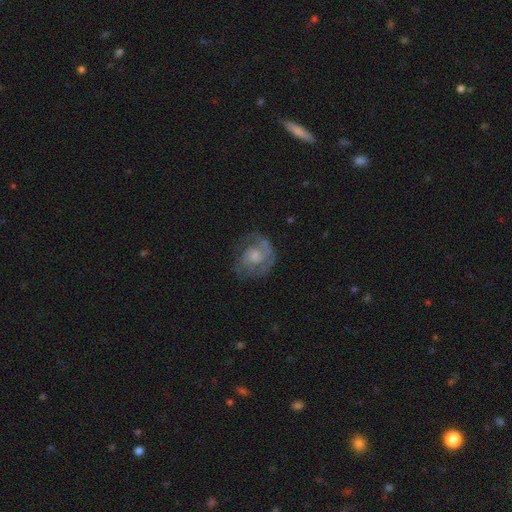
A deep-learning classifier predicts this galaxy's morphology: type=featured or disk (68%); edge-on=no (98%); bar=no (73%); spiral arms=yes (78%); winding=tight (45%); arm count=2 (39%); bulge=small (43%); merging=none (61%).